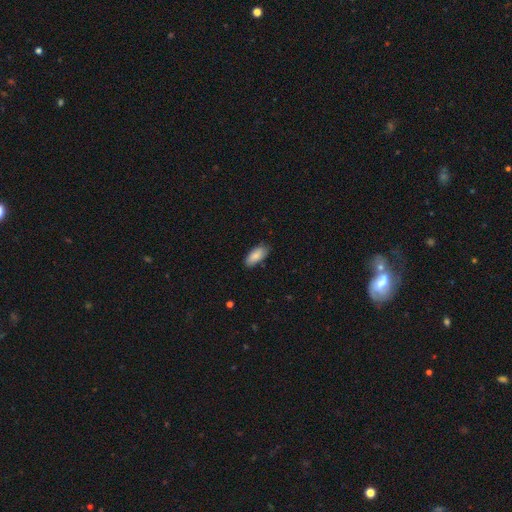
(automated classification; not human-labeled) smooth-or-featured: smooth: 87% | featured or disk: 7% | star or artifact: 6%
  how-rounded: in between: 87% | cigar-shaped: 11% | round: 2%
  merging: none: 81% | minor disturbance: 16% | major disturbance: 2% | merger: 1%